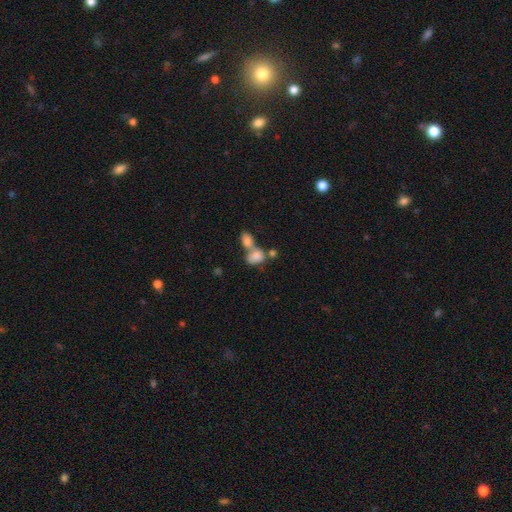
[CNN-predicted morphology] A smooth galaxy with no disk features (79%) that is in between round and cigar-shaped (75%).

Vote fractions:
- Smooth or featured? smooth: 79% / featured or disk: 12% / star or artifact: 9%
- How rounded? in between: 75% / round: 22% / cigar-shaped: 2%
- Merging? merger: 65% / none: 22% / minor disturbance: 8% / major disturbance: 5%